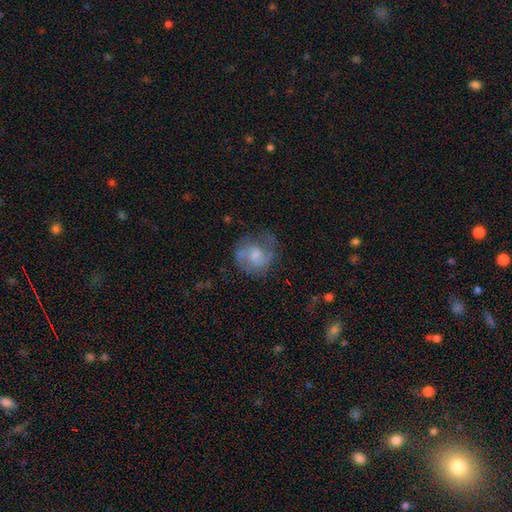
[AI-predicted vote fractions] The model was most divided on "bulge size": moderate: 43%, small: 33%, none: 13%, large: 10%, dominant: 2%. More confident: edge-on disk — no (97%); spiral arms — yes (76%); bar — no (64%); merging — none (54%); smooth or featured — featured or disk (53%).